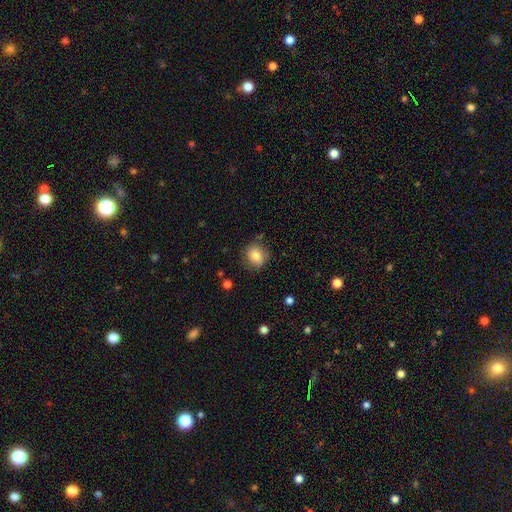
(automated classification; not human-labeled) Smooth or featured?
  - smooth: 82% *
  - featured or disk: 10%
  - star or artifact: 9%
How rounded?
  - round: 64% *
  - in between: 35%
  - cigar-shaped: 1%
Merging?
  - none: 77% *
  - minor disturbance: 16%
  - major disturbance: 5%
  - merger: 2%